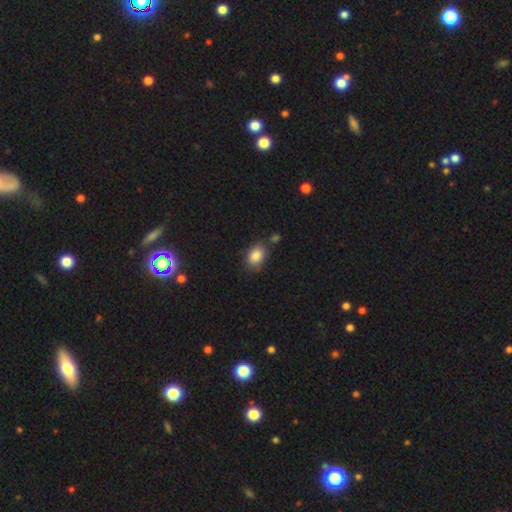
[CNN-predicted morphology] Smooth or featured?
  - smooth: 86% *
  - star or artifact: 8%
  - featured or disk: 6%
How rounded?
  - in between: 75% *
  - round: 24%
  - cigar-shaped: 1%
Merging?
  - none: 72% *
  - minor disturbance: 17%
  - merger: 7%
  - major disturbance: 4%